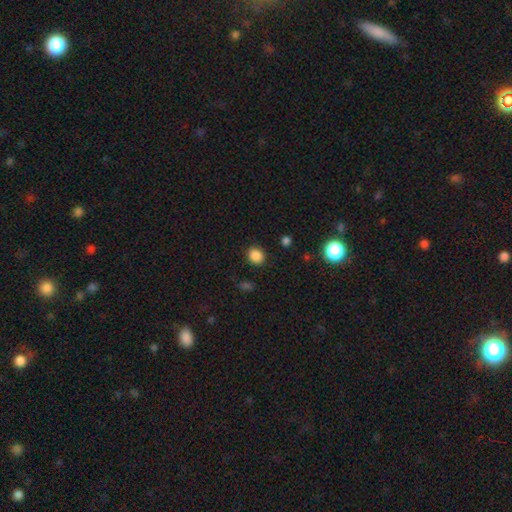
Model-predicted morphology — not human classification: Smooth or featured?
  - smooth: 85% *
  - star or artifact: 11%
  - featured or disk: 3%
How rounded?
  - round: 64% *
  - in between: 35%
  - cigar-shaped: 1%
Merging?
  - none: 85% *
  - minor disturbance: 10%
  - major disturbance: 3%
  - merger: 2%